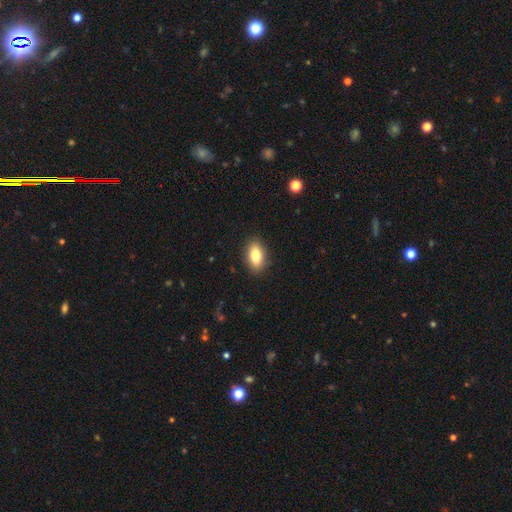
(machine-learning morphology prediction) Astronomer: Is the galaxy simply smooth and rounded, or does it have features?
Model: smooth — 81%.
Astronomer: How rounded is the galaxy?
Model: in between — 87%.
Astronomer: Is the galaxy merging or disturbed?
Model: none — 87%.